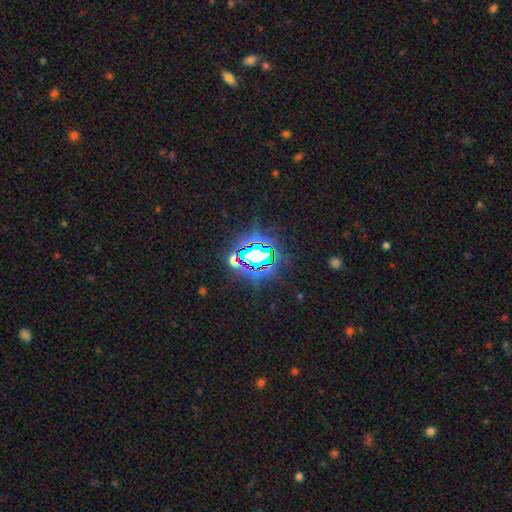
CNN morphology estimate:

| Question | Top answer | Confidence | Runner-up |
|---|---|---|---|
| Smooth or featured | star or artifact | 76% | smooth (14%) |